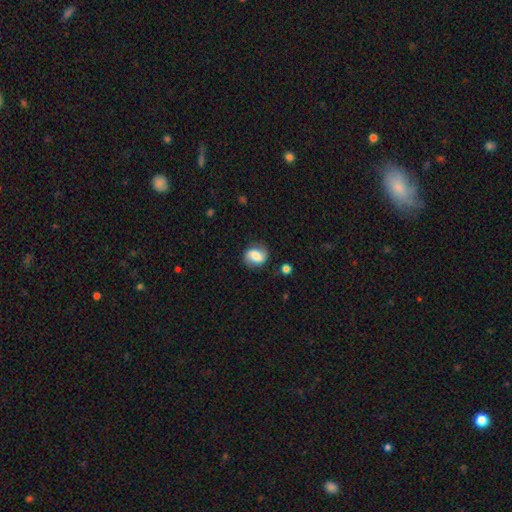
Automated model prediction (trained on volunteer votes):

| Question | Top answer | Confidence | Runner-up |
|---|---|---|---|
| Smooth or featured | smooth | 47% | featured or disk (45%) |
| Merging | none | 80% | minor disturbance (14%) |